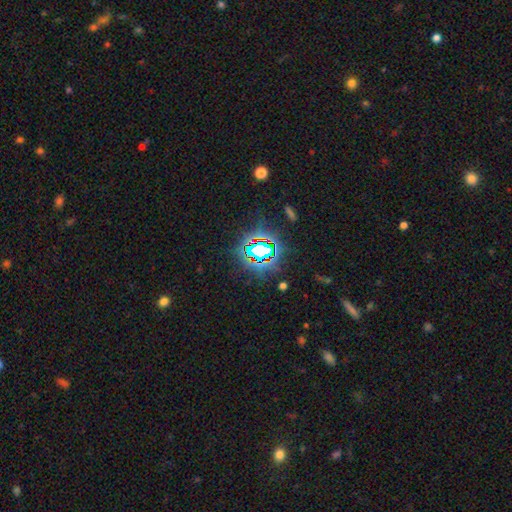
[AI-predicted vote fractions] A star or artifact, not a galaxy (75%).